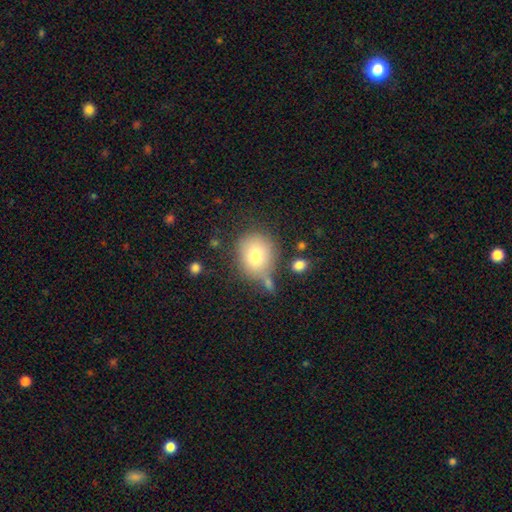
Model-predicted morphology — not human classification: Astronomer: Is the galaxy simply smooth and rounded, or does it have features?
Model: smooth — 77%.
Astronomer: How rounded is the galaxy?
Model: round — 73%.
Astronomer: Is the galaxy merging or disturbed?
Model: none — 67%.